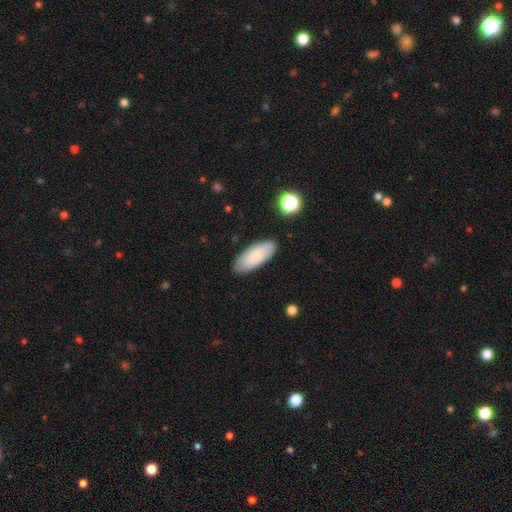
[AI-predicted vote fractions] A smooth galaxy with no disk features (79%) that is in between round and cigar-shaped (86%). Merging: none (85%).